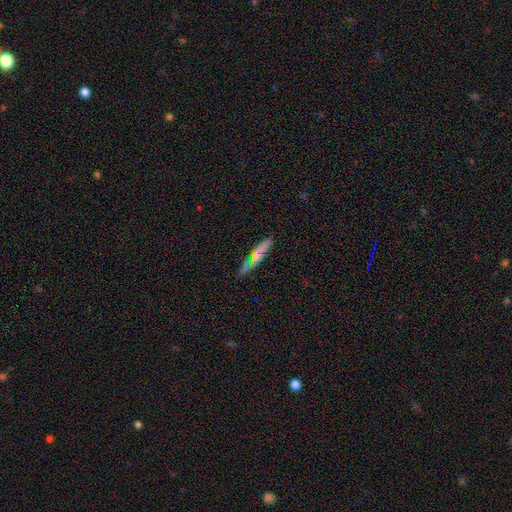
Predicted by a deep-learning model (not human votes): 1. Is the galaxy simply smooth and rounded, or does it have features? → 60% smooth, 23% featured or disk, 17% star or artifact.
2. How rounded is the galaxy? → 75% cigar-shaped, 21% in between, 4% round.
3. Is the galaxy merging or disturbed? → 76% none, 16% minor disturbance, 5% major disturbance, 4% merger.